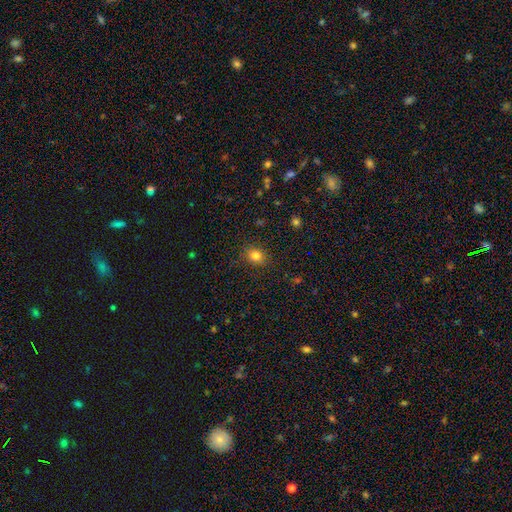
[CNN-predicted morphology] The model was most divided on "how rounded": round: 58%, in between: 41%, cigar-shaped: 1%. More confident: merging — none (86%); smooth or featured — smooth (82%).